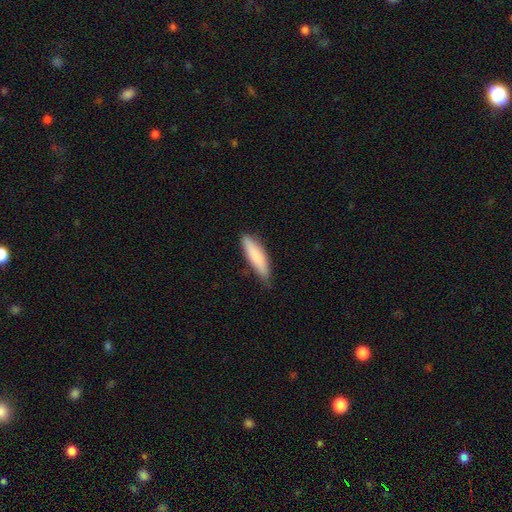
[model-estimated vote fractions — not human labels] Q: Smooth or featured?
A: smooth (83%); runner-up: featured or disk (11%)
Q: How rounded?
A: cigar-shaped (68%); runner-up: in between (30%)
Q: Merging?
A: none (71%); runner-up: minor disturbance (24%)